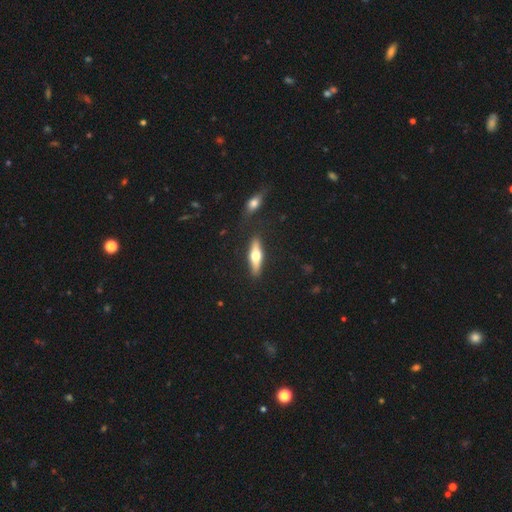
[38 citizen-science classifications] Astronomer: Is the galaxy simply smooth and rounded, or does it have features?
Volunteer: featured or disk — 55% (runner-up: smooth, 42%).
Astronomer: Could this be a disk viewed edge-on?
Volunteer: yes — 100%.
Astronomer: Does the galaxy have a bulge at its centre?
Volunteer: rounded — 90%.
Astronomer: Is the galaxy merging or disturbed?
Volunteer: none — 92%.